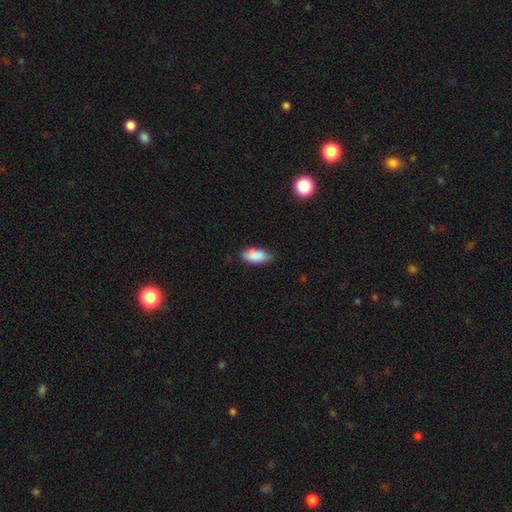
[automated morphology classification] Overall: smooth (87%). How rounded: in between (88%). Merging: none (72%).